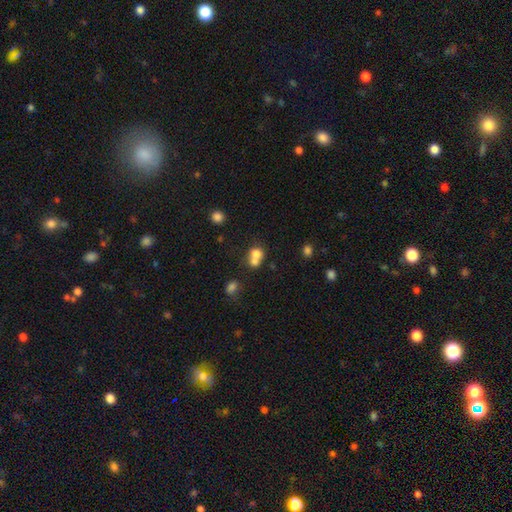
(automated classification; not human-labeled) Smooth or featured? smooth (71%)
How rounded? round (67%)
Merging? merger (63%)